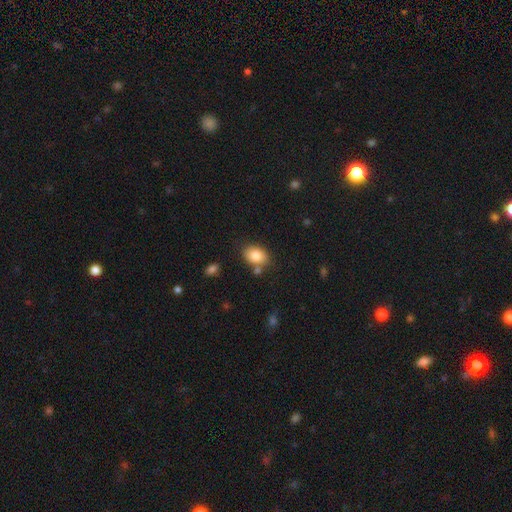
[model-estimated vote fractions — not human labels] Smooth or featured? smooth (83%)
How rounded? in between (78%)
Merging? none (73%)